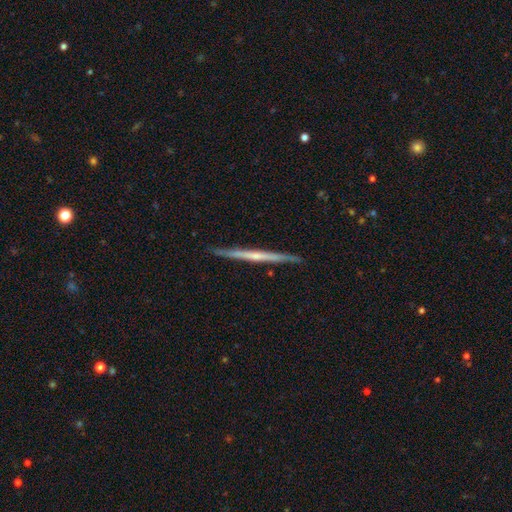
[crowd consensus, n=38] This appears to be a featured or disk galaxy (76%) viewed edge-on (100%) with no central bulge (55%). Merging: none (100%).